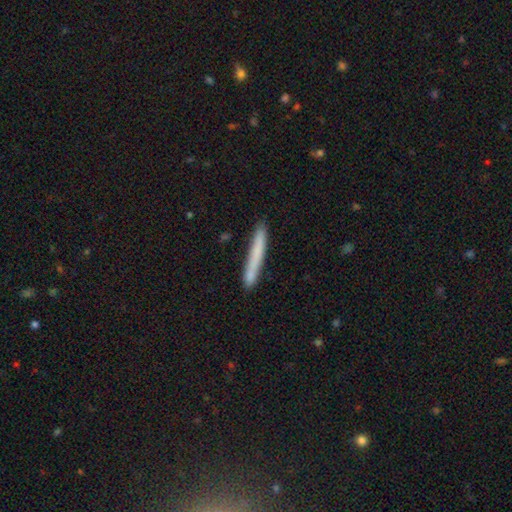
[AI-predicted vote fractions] Smooth or featured?
  - smooth: 71% *
  - featured or disk: 23%
  - star or artifact: 6%
How rounded?
  - cigar-shaped: 96% *
  - in between: 2%
  - round: 1%
Merging?
  - none: 85% *
  - minor disturbance: 11%
  - merger: 2%
  - major disturbance: 2%